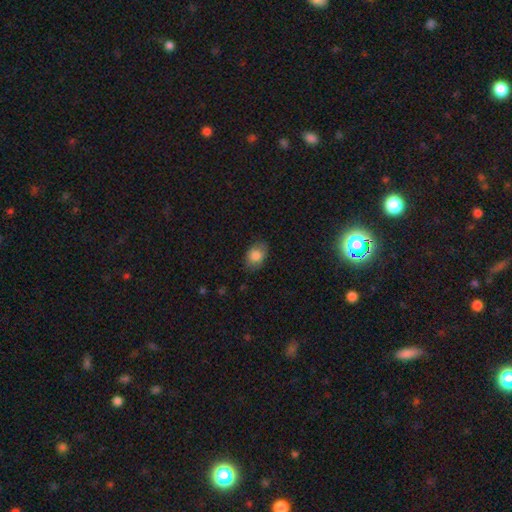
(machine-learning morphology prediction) Smooth or featured: smooth — 81% (featured or disk — 11%)
How rounded: in between — 83% (round — 16%)
Merging: none — 79% (minor disturbance — 16%)